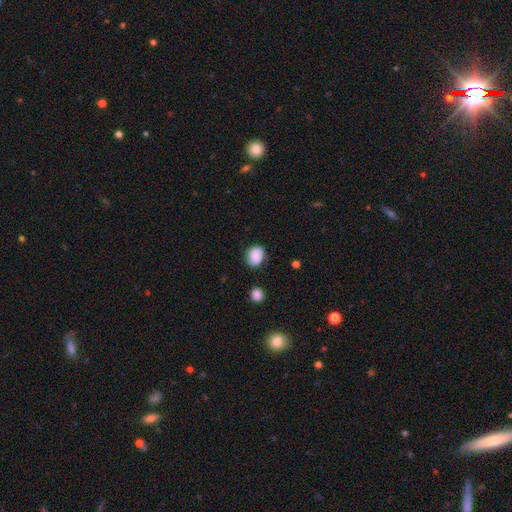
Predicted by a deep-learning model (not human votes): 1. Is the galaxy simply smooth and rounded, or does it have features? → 84% smooth, 9% star or artifact, 7% featured or disk.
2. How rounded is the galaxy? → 57% round, 42% in between, 1% cigar-shaped.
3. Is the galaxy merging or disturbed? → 76% none, 17% minor disturbance, 4% major disturbance, 3% merger.